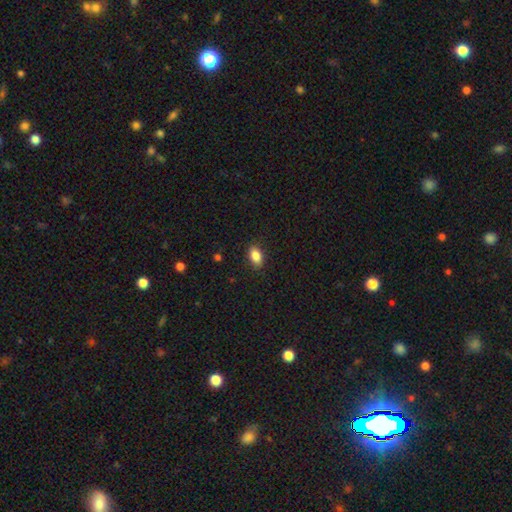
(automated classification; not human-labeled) A smooth galaxy with no disk features (87%) that is in between round and cigar-shaped (89%).

Vote fractions:
- Smooth or featured? smooth: 87% / star or artifact: 8% / featured or disk: 5%
- How rounded? in between: 89% / round: 8% / cigar-shaped: 3%
- Merging? none: 87% / minor disturbance: 10% / major disturbance: 2% / merger: 1%